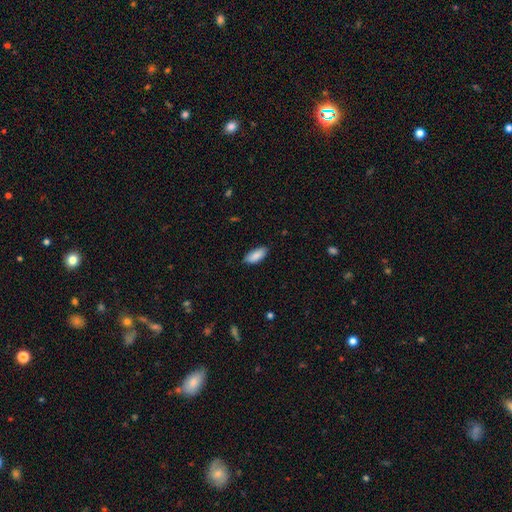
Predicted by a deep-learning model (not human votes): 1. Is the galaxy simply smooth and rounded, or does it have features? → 88% smooth, 6% star or artifact, 5% featured or disk.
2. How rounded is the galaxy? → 87% in between, 12% cigar-shaped, 2% round.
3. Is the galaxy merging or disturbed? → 83% none, 13% minor disturbance, 2% major disturbance, 1% merger.